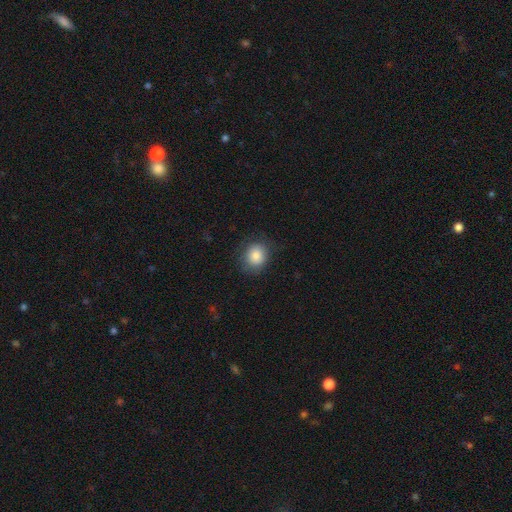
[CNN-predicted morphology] smooth_or_featured: smooth (p=0.85) [alt: star or artifact p=0.09]
how_rounded: round (p=0.71) [alt: in between p=0.28]
merging: none (p=0.81) [alt: minor disturbance p=0.14]